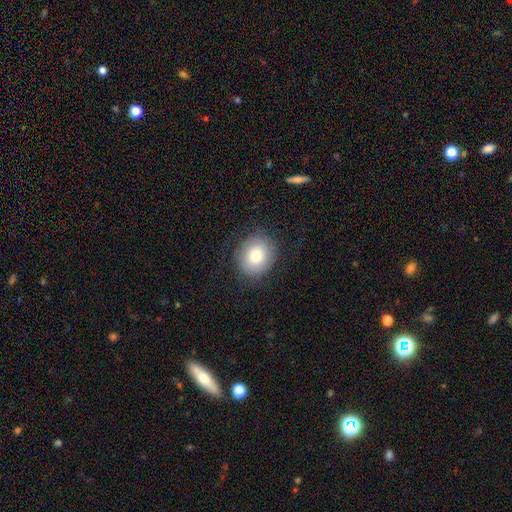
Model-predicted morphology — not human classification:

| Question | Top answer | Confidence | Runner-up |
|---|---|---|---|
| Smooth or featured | smooth | 76% | featured or disk (16%) |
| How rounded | round | 68% | in between (31%) |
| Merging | none | 80% | minor disturbance (13%) |